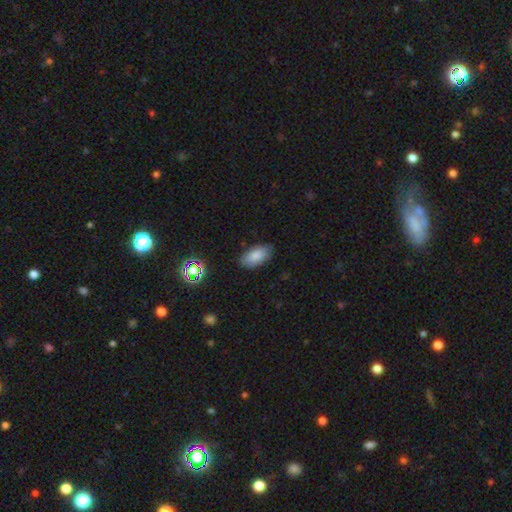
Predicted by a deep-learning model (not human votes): Q: Smooth or featured?
A: smooth (83%); runner-up: star or artifact (9%)
Q: How rounded?
A: in between (94%); runner-up: cigar-shaped (3%)
Q: Merging?
A: none (84%); runner-up: minor disturbance (13%)